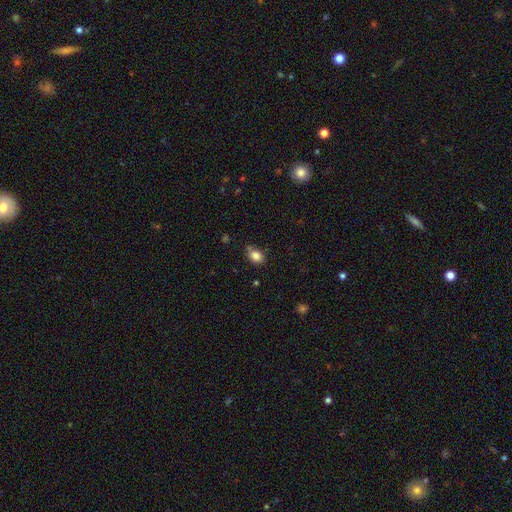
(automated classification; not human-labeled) smooth-or-featured: smooth: 84% | star or artifact: 9% | featured or disk: 7%
  how-rounded: in between: 76% | round: 22% | cigar-shaped: 1%
  merging: none: 65% | minor disturbance: 28% | major disturbance: 5% | merger: 2%